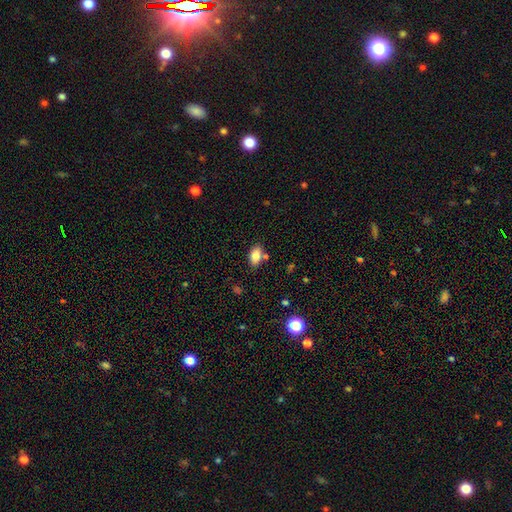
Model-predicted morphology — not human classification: smooth_or_featured: smooth (p=0.83) [alt: star or artifact p=0.08]
how_rounded: in between (p=0.91) [alt: round p=0.07]
merging: none (p=0.74) [alt: minor disturbance p=0.13]